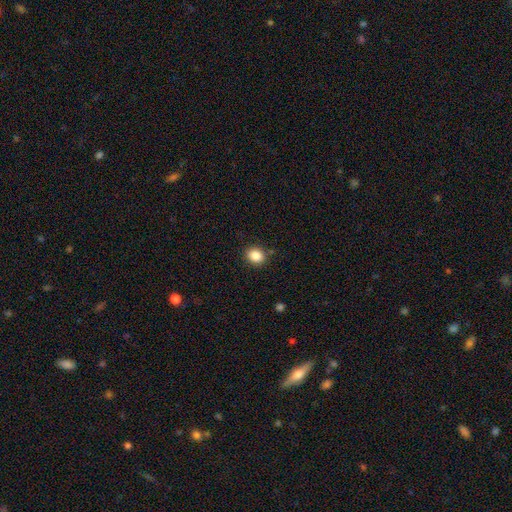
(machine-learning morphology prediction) This is clearly a smooth galaxy (86%). How rounded: likely round (61%). Merging: clearly none (85%).